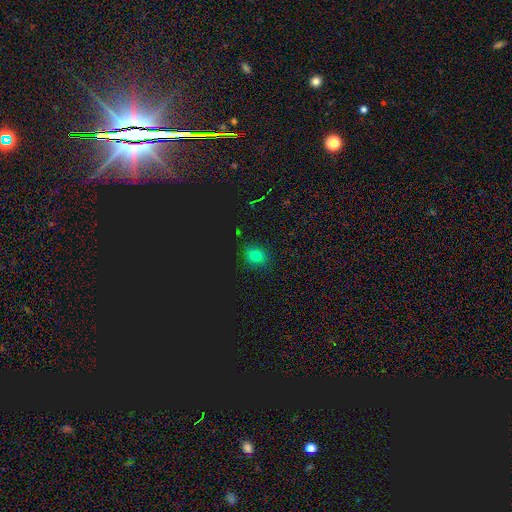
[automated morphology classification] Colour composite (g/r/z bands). It shows a smooth galaxy with no disk features (70%) that is round (64%). Merging: none (83%).